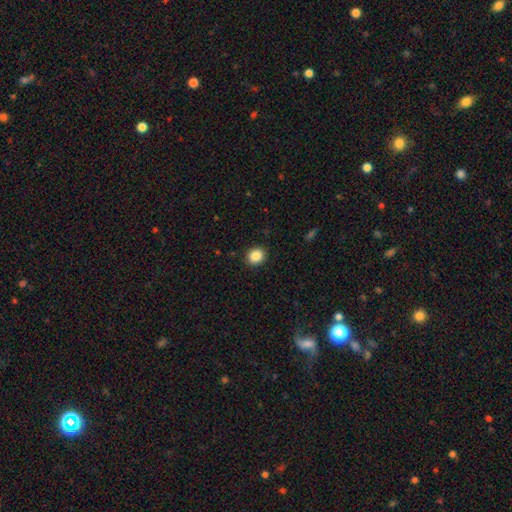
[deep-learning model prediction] Smooth or featured? Predicted: smooth (p=0.86). How rounded? Predicted: round (p=0.73). Merging? Predicted: none (p=0.91).